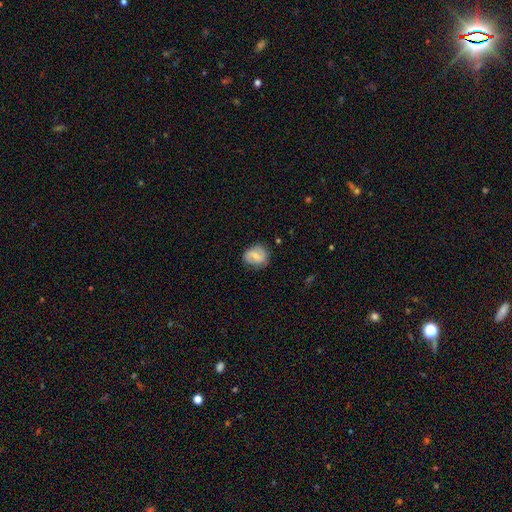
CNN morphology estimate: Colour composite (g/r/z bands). It shows a featured or disk galaxy (50%). Merging: none (73%).